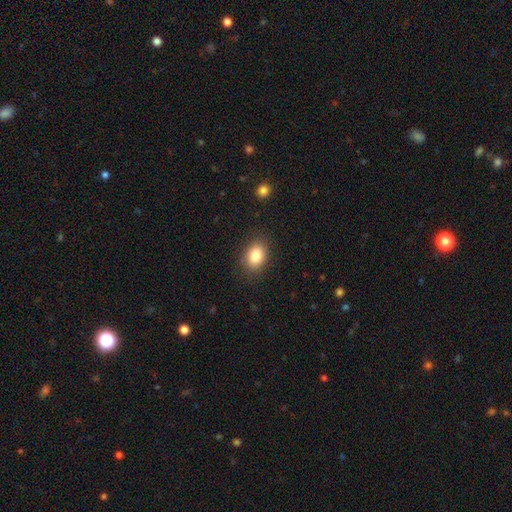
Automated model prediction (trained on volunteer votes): This is clearly a smooth galaxy (84%). How rounded: likely in between (75%). Merging: clearly none (86%).